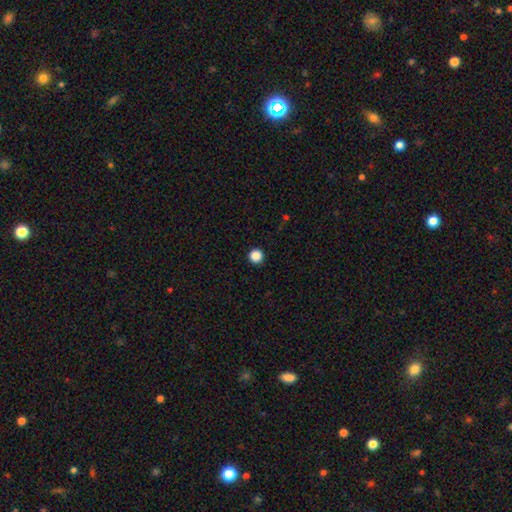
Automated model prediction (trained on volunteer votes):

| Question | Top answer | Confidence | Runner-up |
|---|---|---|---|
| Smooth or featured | smooth | 87% | star or artifact (10%) |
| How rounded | round | 96% | in between (3%) |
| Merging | none | 94% | minor disturbance (4%) |